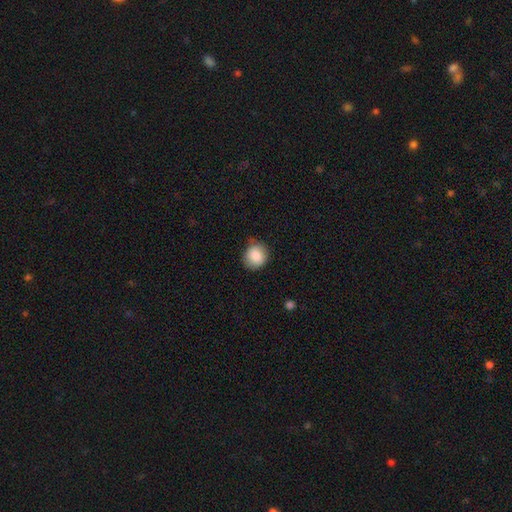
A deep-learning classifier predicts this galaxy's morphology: Smooth or featured? smooth (87%)
How rounded? round (83%)
Merging? none (77%)